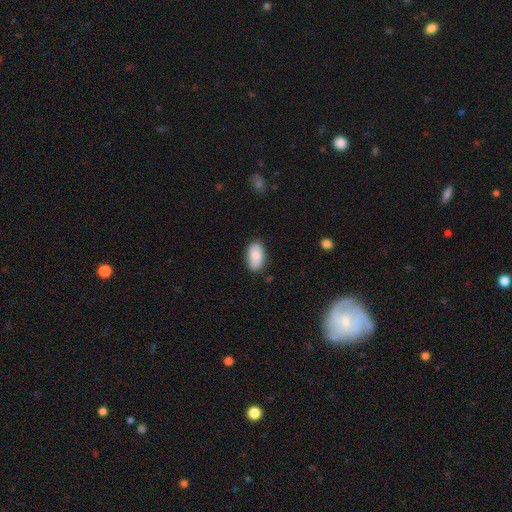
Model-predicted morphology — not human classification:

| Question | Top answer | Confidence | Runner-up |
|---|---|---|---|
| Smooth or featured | smooth | 76% | featured or disk (18%) |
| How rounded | in between | 94% | round (4%) |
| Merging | none | 81% | minor disturbance (14%) |